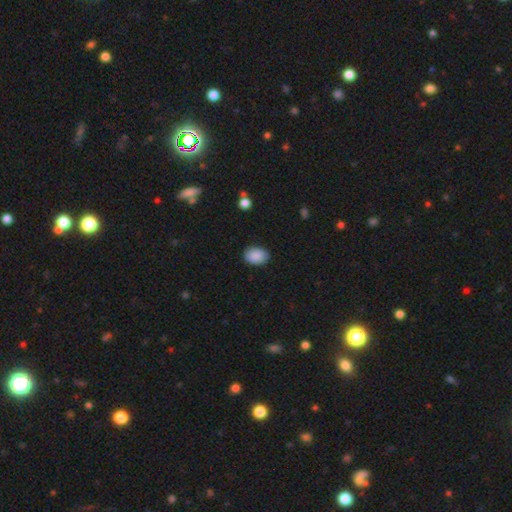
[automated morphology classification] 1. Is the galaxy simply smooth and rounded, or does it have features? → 89% smooth, 7% star or artifact, 4% featured or disk.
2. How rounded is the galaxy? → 77% in between, 22% round, 1% cigar-shaped.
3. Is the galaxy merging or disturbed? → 86% none, 11% minor disturbance, 2% major disturbance, 1% merger.